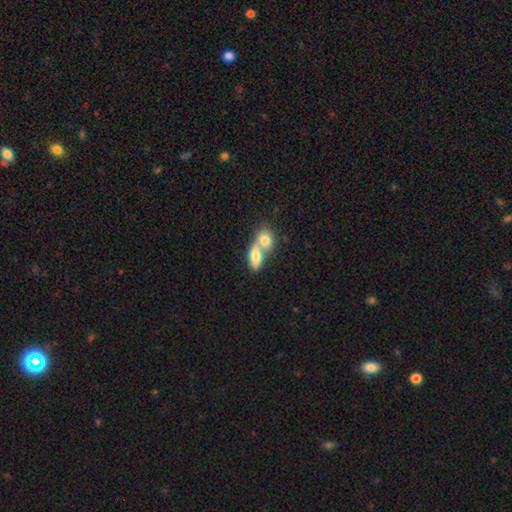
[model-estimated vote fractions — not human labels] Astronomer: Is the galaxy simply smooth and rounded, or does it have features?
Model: smooth — 78%.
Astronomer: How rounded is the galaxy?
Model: in between — 80%.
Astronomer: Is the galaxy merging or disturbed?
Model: merger — 72%.